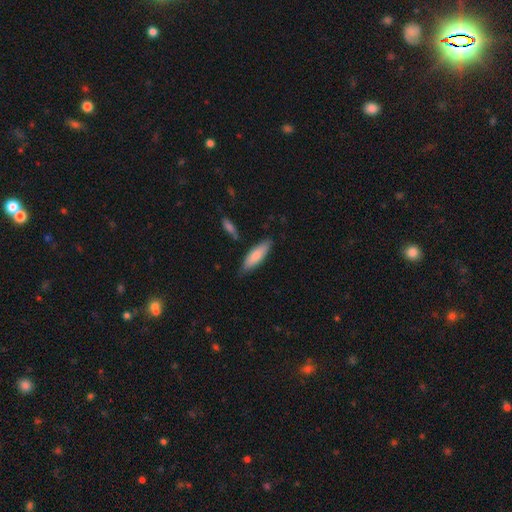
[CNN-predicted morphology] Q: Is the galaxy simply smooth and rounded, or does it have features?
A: smooth — 80%.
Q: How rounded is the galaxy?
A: in between — 50%.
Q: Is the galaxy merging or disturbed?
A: none — 78%.